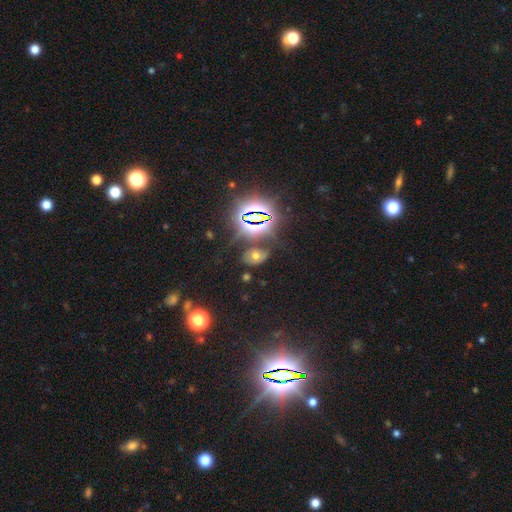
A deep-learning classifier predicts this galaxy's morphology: The model was most divided on "smooth or featured": star or artifact: 42%, smooth: 41%, featured or disk: 16%.